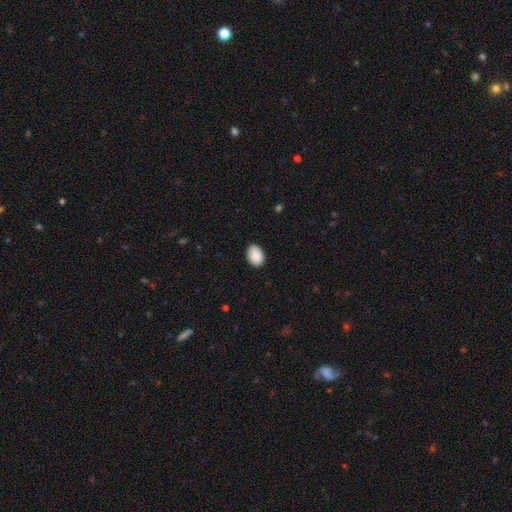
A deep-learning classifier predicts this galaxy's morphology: smooth_or_featured: smooth (p=0.90) [alt: star or artifact p=0.07]
how_rounded: in between (p=0.82) [alt: round p=0.17]
merging: none (p=0.86) [alt: minor disturbance p=0.11]